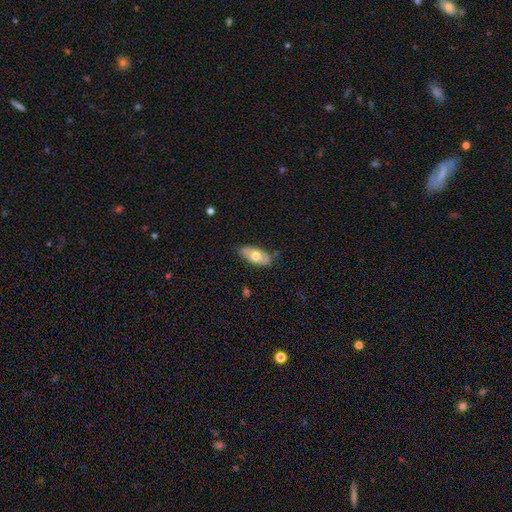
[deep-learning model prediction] Smooth or featured?
  - smooth: 58% *
  - featured or disk: 36%
  - star or artifact: 6%
How rounded?
  - in between: 90% *
  - cigar-shaped: 7%
  - round: 3%
Merging?
  - none: 77% *
  - minor disturbance: 18%
  - major disturbance: 3%
  - merger: 2%